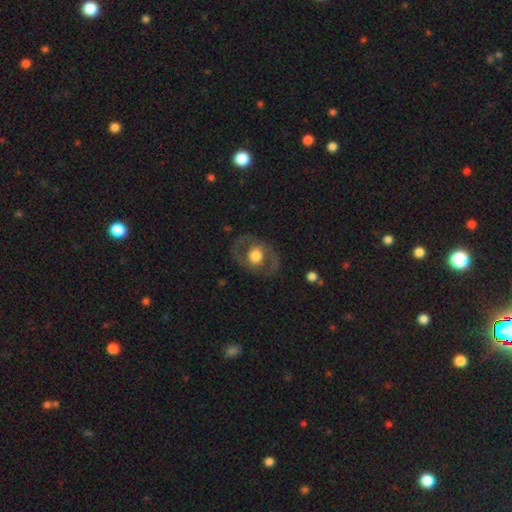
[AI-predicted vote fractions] Smooth or featured?
  - featured or disk: 58% *
  - smooth: 35%
  - star or artifact: 6%
Edge-on disk?
  - no: 94% *
  - yes: 6%
Bar?
  - no: 78% *
  - weak: 17%
  - strong: 5%
Spiral arms?
  - no: 63% *
  - yes: 37%
Bulge size?
  - large: 46% *
  - moderate: 44%
  - dominant: 5%
  - small: 4%
  - none: 1%
Merging?
  - none: 75% *
  - minor disturbance: 14%
  - major disturbance: 10%
  - merger: 1%